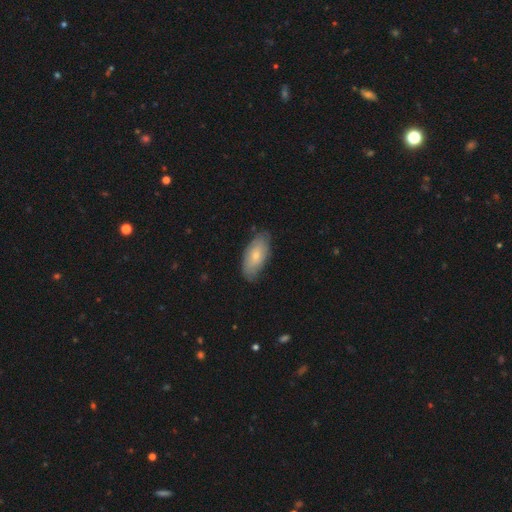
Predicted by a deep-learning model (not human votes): Smooth or featured? Predicted: smooth (p=0.60). How rounded? Predicted: in between (p=0.91). Merging? Predicted: none (p=0.71).